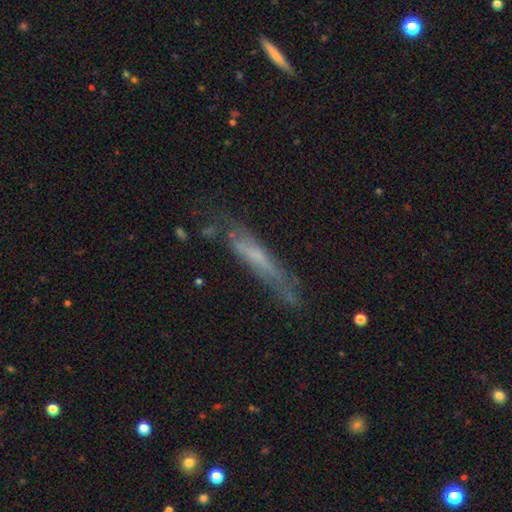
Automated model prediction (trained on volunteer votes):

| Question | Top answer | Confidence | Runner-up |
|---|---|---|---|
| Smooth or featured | featured or disk | 49% | smooth (42%) |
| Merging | none | 59% | minor disturbance (25%) |